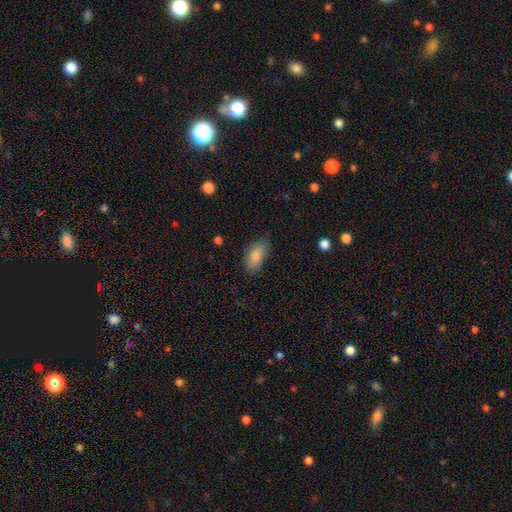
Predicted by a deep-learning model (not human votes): Smooth or featured: smooth — 83% (featured or disk — 10%)
How rounded: in between — 93% (round — 4%)
Merging: none — 78% (minor disturbance — 17%)